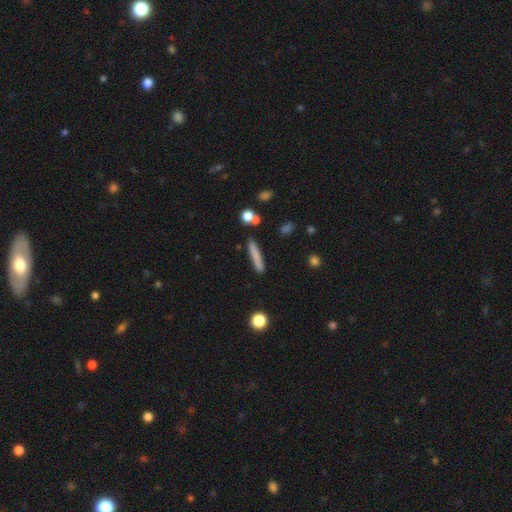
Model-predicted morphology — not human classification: type=smooth (76%); roundness=cigar-shaped (92%); merging=none (83%).